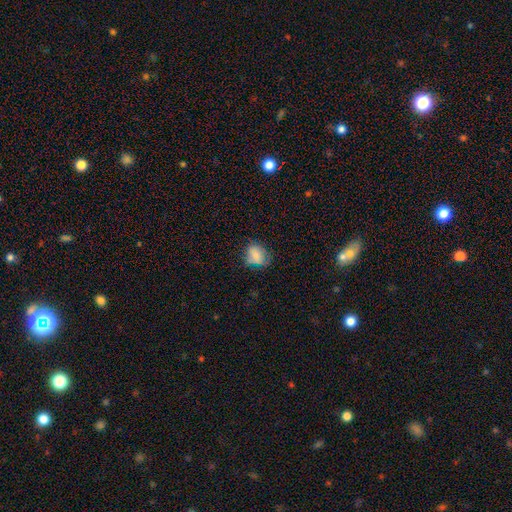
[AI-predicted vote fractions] Smooth or featured? Predicted: smooth (p=0.73). How rounded? Predicted: in between (p=0.51). Merging? Predicted: none (p=0.63).